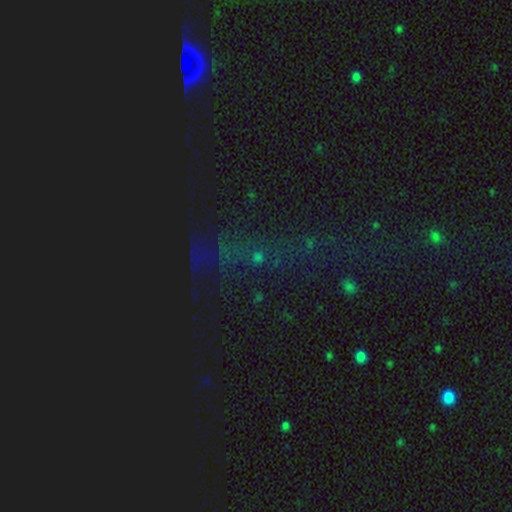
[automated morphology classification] Q: Smooth or featured?
A: star or artifact (62%); runner-up: smooth (24%)